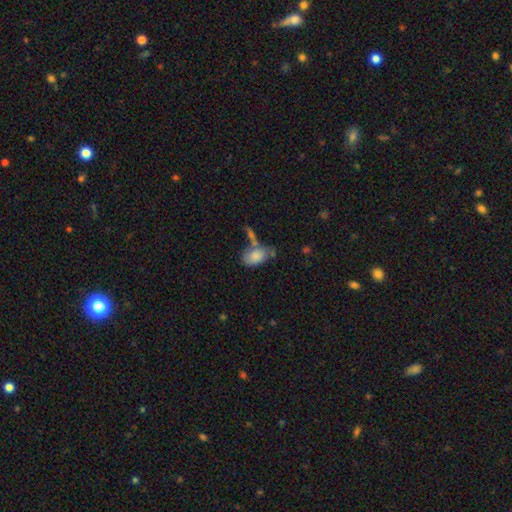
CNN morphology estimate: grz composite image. It shows a smooth galaxy with no disk features (82%) that is in between round and cigar-shaped (90%). Merging: none (41%).